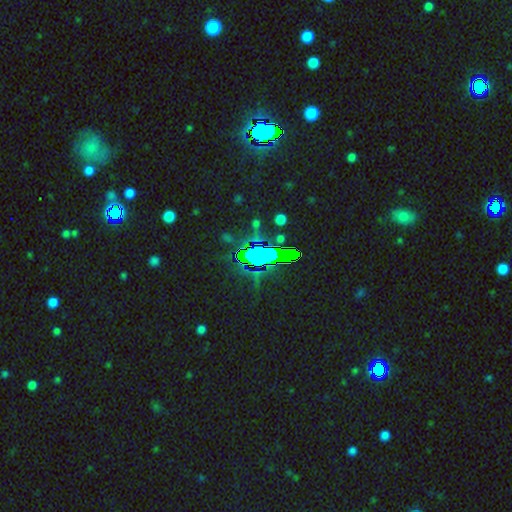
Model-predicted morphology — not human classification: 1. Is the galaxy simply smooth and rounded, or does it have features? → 73% star or artifact, 17% smooth, 10% featured or disk.